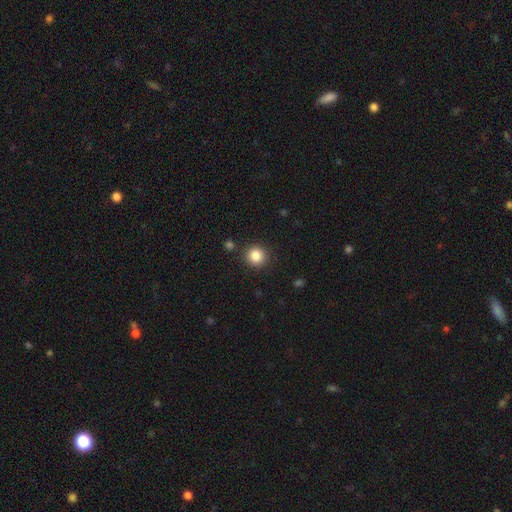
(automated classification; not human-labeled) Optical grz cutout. It shows a smooth galaxy with no disk features (85%) that is round (93%). Merging: none (89%).